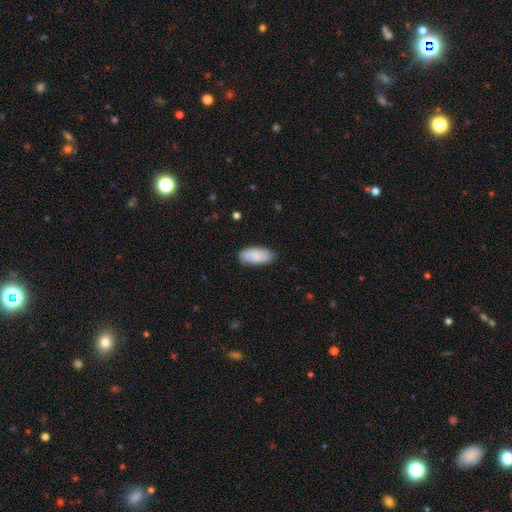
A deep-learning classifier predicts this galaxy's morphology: smooth-or-featured: smooth: 87% | featured or disk: 8% | star or artifact: 6%
  how-rounded: in between: 91% | cigar-shaped: 7% | round: 2%
  merging: none: 83% | minor disturbance: 14% | major disturbance: 2% | merger: 1%